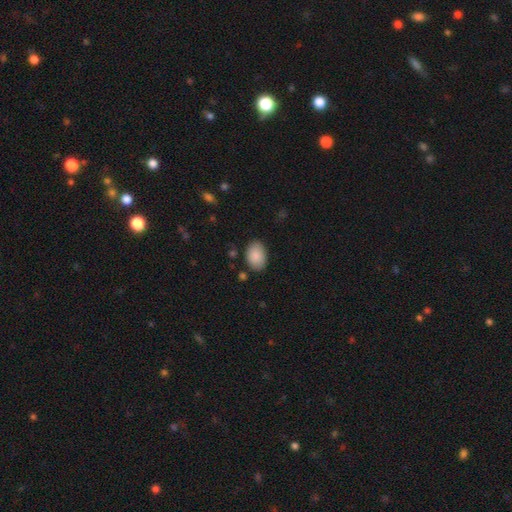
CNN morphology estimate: Smooth or featured? smooth (89%)
How rounded? in between (86%)
Merging? none (83%)